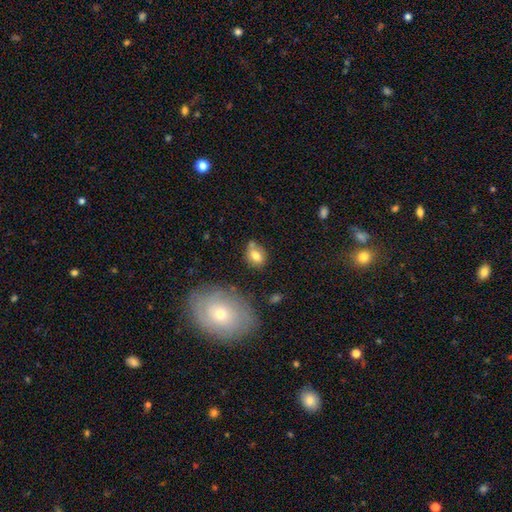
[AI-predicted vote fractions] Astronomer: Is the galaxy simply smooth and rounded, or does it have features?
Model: smooth — 75%.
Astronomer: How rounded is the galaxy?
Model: in between — 61% (runner-up: round, 38%).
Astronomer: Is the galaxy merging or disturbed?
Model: none — 63%.